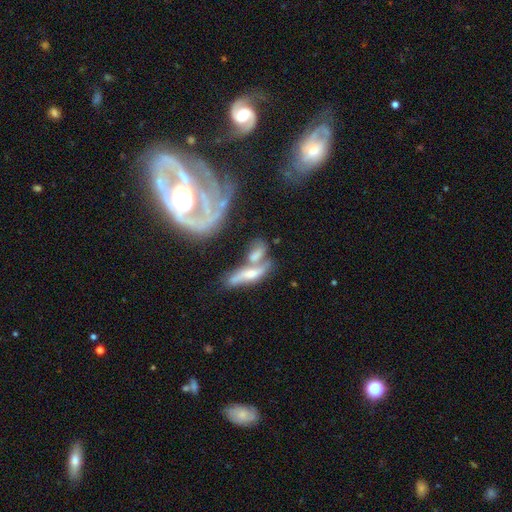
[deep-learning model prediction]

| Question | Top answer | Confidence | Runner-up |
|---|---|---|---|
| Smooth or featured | featured or disk | 47% | smooth (44%) |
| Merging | merger | 53% | none (26%) |